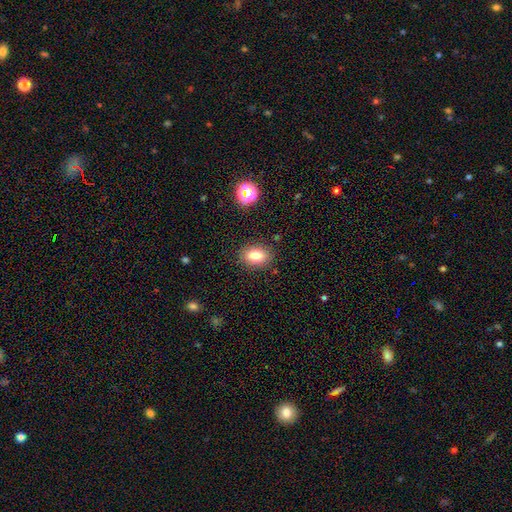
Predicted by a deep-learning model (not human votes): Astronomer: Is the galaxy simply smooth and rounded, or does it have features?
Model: smooth — 80%.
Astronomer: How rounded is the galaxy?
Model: in between — 79%.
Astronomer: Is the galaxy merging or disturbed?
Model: none — 85%.